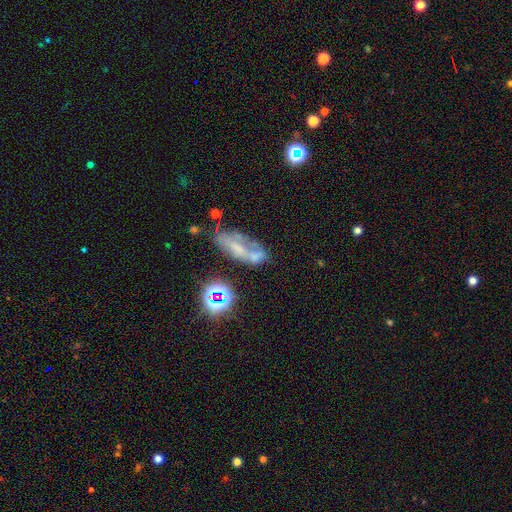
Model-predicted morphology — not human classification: Smooth or featured? Predicted: smooth (p=0.42). Merging? Predicted: none (p=0.35).